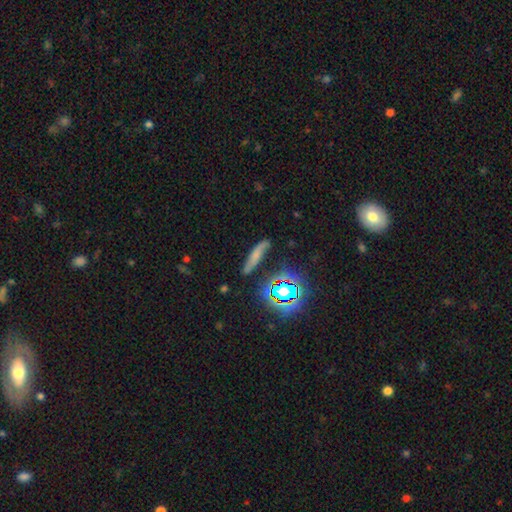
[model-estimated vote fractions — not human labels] Q: Smooth or featured?
A: smooth (50%); runner-up: featured or disk (30%)
Q: How rounded?
A: cigar-shaped (78%); runner-up: in between (15%)
Q: Merging?
A: none (69%); runner-up: minor disturbance (20%)